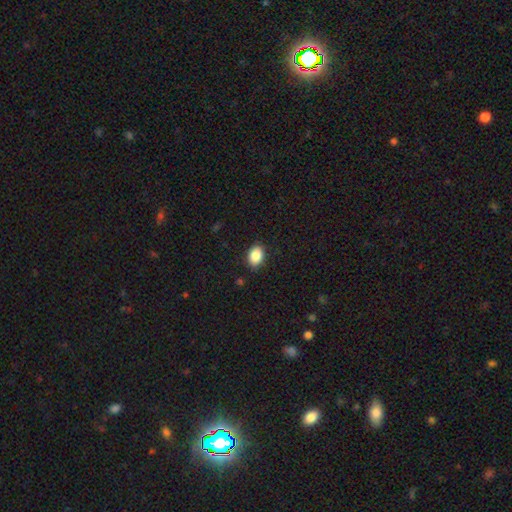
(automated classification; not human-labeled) Morphology: type=smooth (87%); roundness=in between (76%); merging=none (87%).